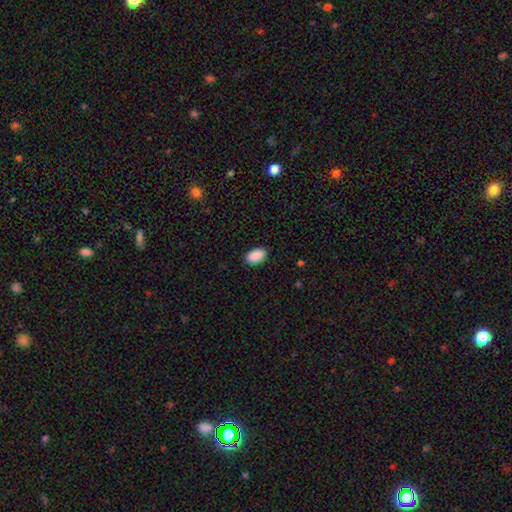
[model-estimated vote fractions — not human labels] This appears to be a smooth galaxy with no disk features (91%) that is in between round and cigar-shaped (94%). Merging: none (89%).